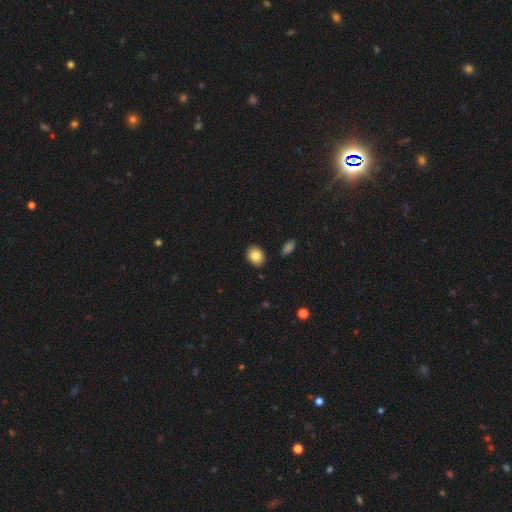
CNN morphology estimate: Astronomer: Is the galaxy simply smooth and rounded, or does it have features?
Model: smooth — 85%.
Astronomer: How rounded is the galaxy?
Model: round — 58% (runner-up: in between, 41%).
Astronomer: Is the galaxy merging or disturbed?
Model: none — 88%.